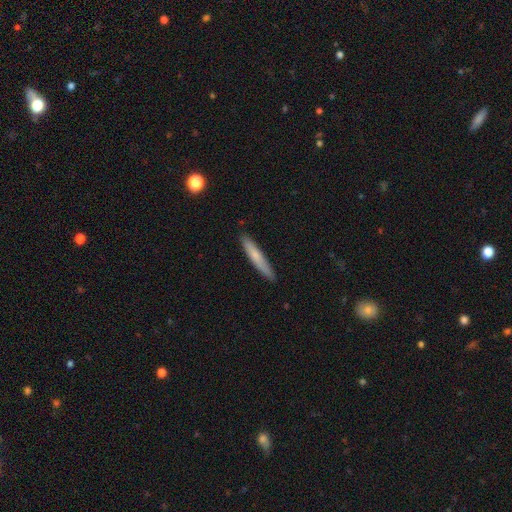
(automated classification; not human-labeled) This is likely a smooth galaxy (69%). How rounded: clearly cigar-shaped (93%). Merging: clearly none (89%).